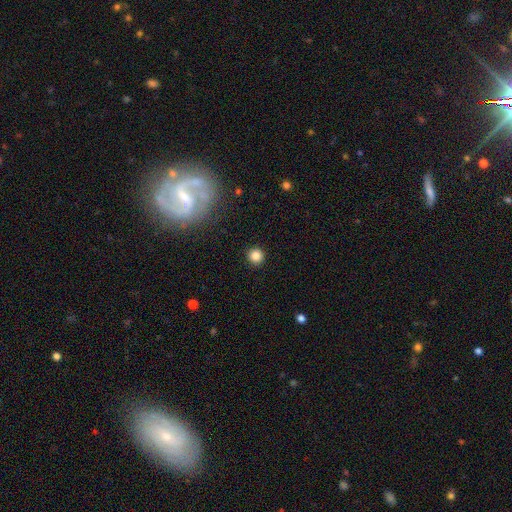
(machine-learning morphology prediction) Smooth or featured?
  - smooth: 84% *
  - star or artifact: 12%
  - featured or disk: 4%
How rounded?
  - round: 95% *
  - in between: 4%
  - cigar-shaped: 1%
Merging?
  - none: 92% *
  - minor disturbance: 5%
  - major disturbance: 2%
  - merger: 1%